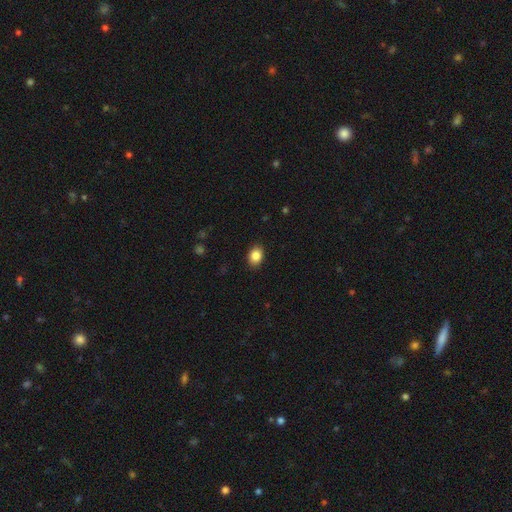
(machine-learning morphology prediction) type=smooth (87%); roundness=in between (69%); merging=none (89%).